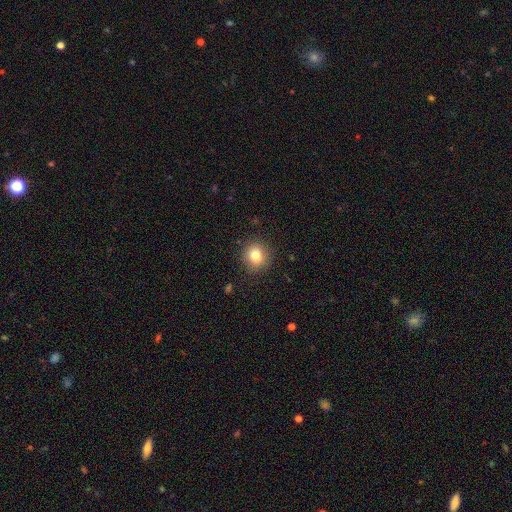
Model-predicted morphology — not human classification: type=smooth (81%); roundness=round (86%); merging=none (89%).